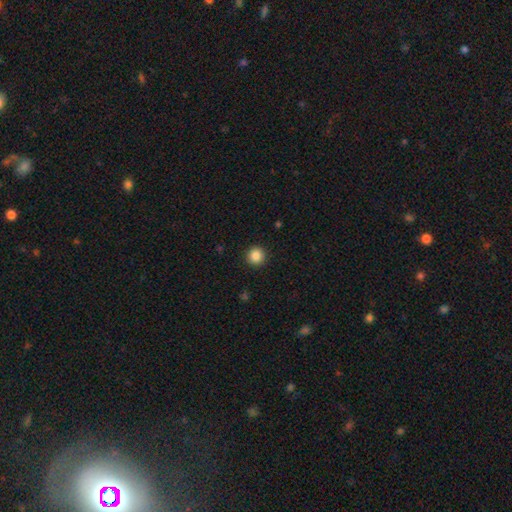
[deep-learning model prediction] Smooth or featured: smooth — 87% (star or artifact — 10%)
How rounded: round — 95% (in between — 4%)
Merging: none — 93% (minor disturbance — 5%)